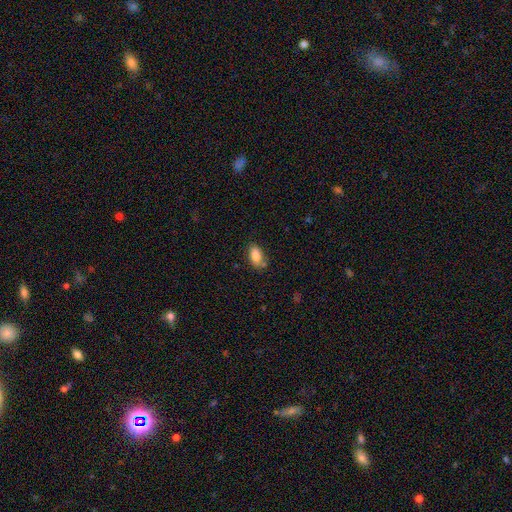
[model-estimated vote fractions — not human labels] Smooth or featured?
  - smooth: 83% *
  - featured or disk: 9%
  - star or artifact: 8%
How rounded?
  - in between: 91% *
  - round: 5%
  - cigar-shaped: 4%
Merging?
  - none: 67% *
  - minor disturbance: 24%
  - major disturbance: 5%
  - merger: 4%